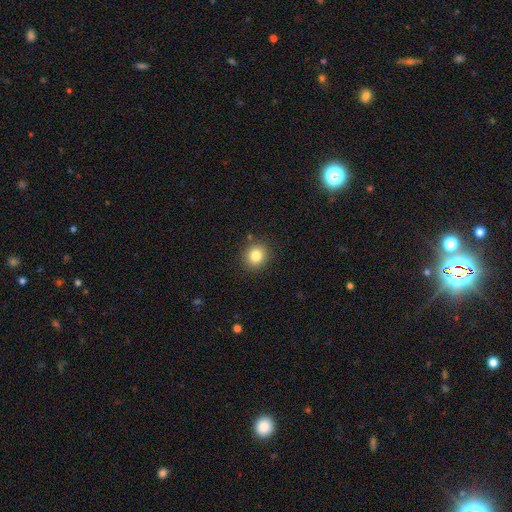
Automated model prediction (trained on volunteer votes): smooth_or_featured: smooth (p=0.82) [alt: star or artifact p=0.11]
how_rounded: round (p=0.87) [alt: in between p=0.12]
merging: none (p=0.89) [alt: minor disturbance p=0.07]